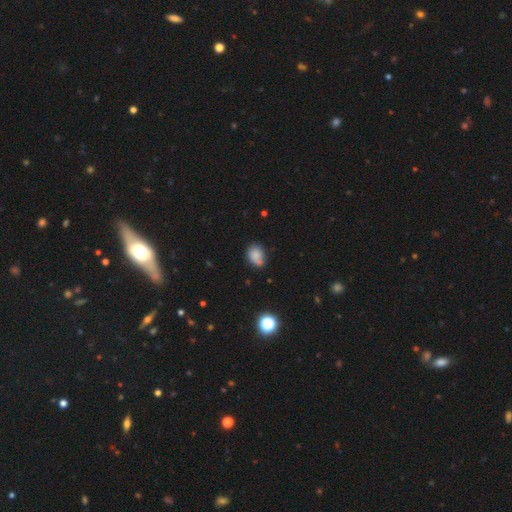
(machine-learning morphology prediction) Smooth or featured: smooth — 78% (star or artifact — 11%)
How rounded: in between — 59% (round — 39%)
Merging: none — 56% (minor disturbance — 28%)